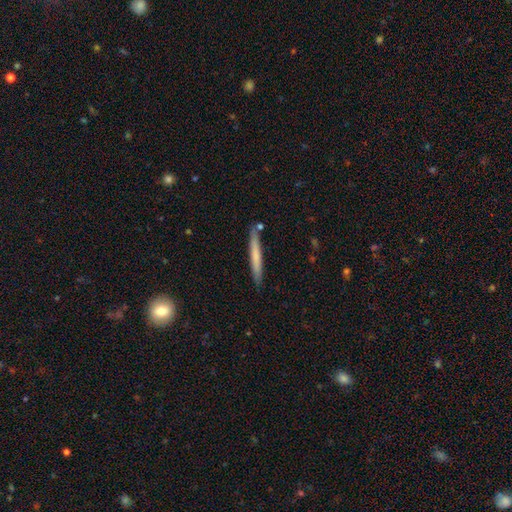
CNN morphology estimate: This is likely a smooth galaxy (64%). How rounded: clearly cigar-shaped (96%). Merging: clearly none (86%).